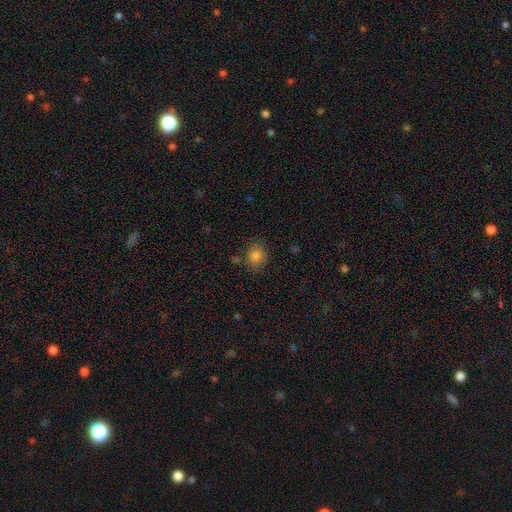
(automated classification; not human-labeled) smooth 83%, star or artifact 10%, featured or disk 7%. Down the decision tree: how rounded — round (67%); merging — none (78%).